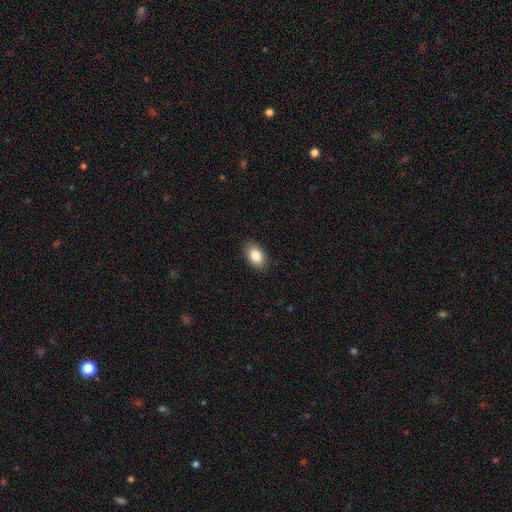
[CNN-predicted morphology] Q: Smooth or featured?
A: smooth (86%); runner-up: star or artifact (7%)
Q: How rounded?
A: in between (90%); runner-up: round (9%)
Q: Merging?
A: none (87%); runner-up: minor disturbance (10%)